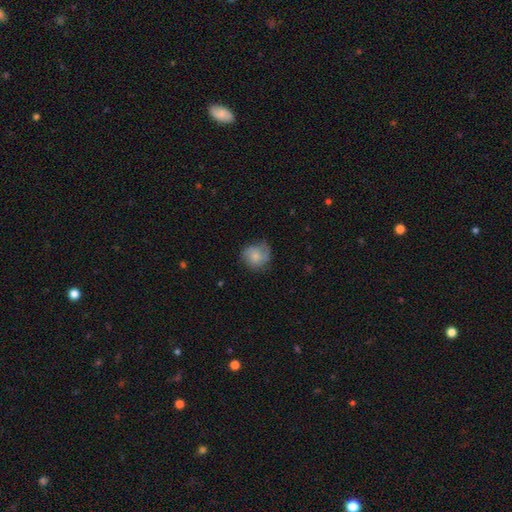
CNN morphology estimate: smooth_or_featured: smooth (p=0.60) [alt: featured or disk p=0.32]
how_rounded: round (p=0.83) [alt: in between p=0.16]
merging: none (p=0.67) [alt: minor disturbance p=0.24]